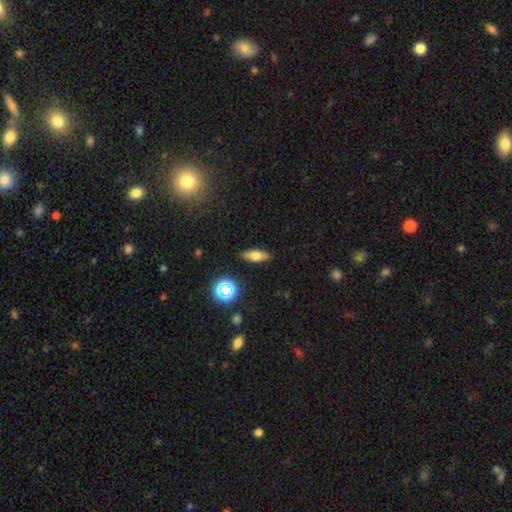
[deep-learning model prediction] The model was most divided on "how rounded": in between: 68%, cigar-shaped: 27%, round: 5%. More confident: merging — none (87%); smooth or featured — smooth (66%).